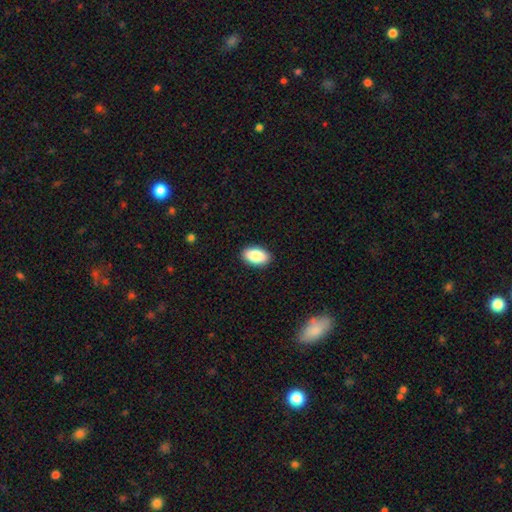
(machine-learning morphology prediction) This appears to be a smooth galaxy with no disk features (87%) that is in between round and cigar-shaped (94%). Merging: none (90%).